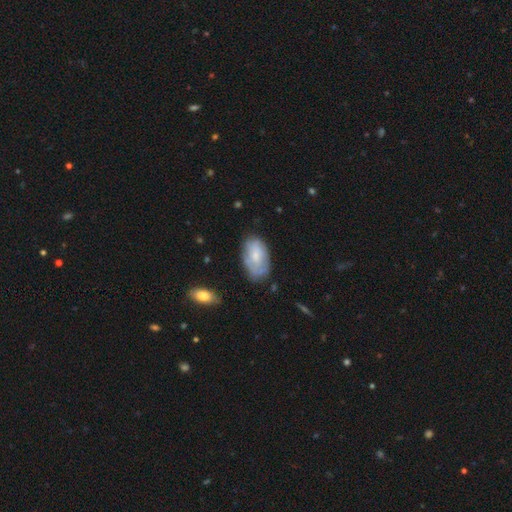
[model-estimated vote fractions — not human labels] A smooth galaxy with no disk features (53%) that is in between round and cigar-shaped (93%). Merging: none (63%).